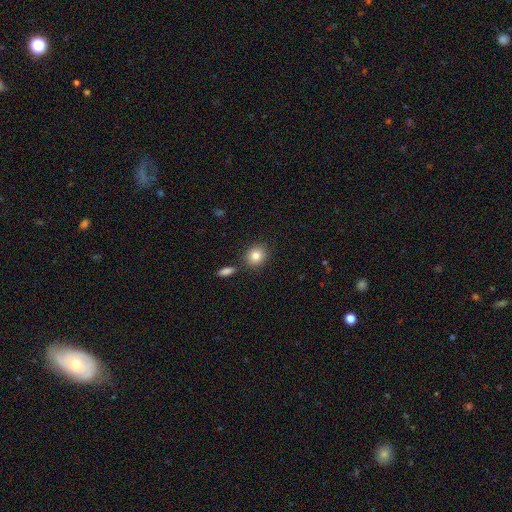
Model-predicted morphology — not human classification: Smooth or featured? Predicted: smooth (p=0.84). How rounded? Predicted: round (p=0.72). Merging? Predicted: none (p=0.80).